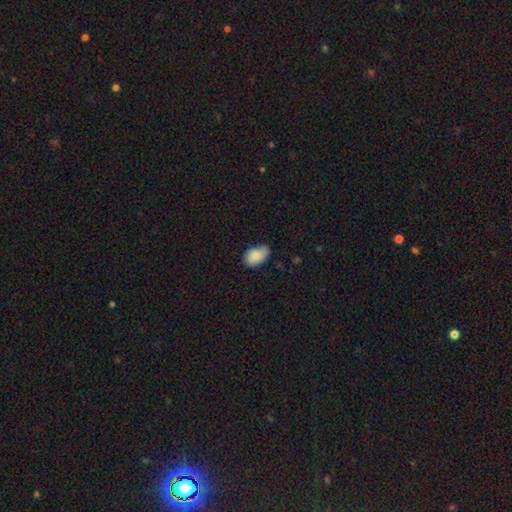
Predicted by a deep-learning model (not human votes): Smooth or featured?
  - smooth: 85% *
  - featured or disk: 8%
  - star or artifact: 7%
How rounded?
  - in between: 87% *
  - round: 12%
  - cigar-shaped: 1%
Merging?
  - none: 62% *
  - minor disturbance: 31%
  - major disturbance: 5%
  - merger: 1%